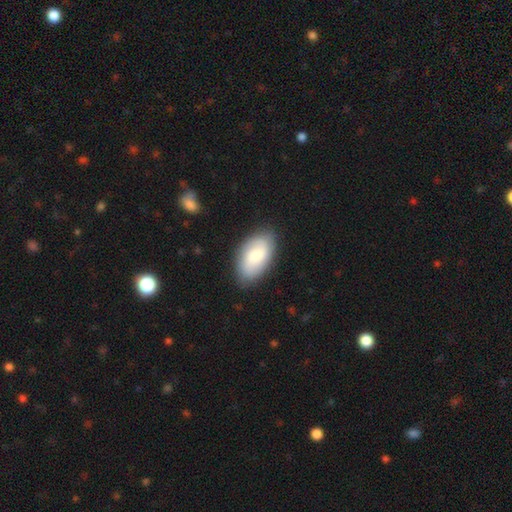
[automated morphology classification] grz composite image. It shows a smooth galaxy with no disk features (69%) that is in between round and cigar-shaped (94%). Merging: none (82%).